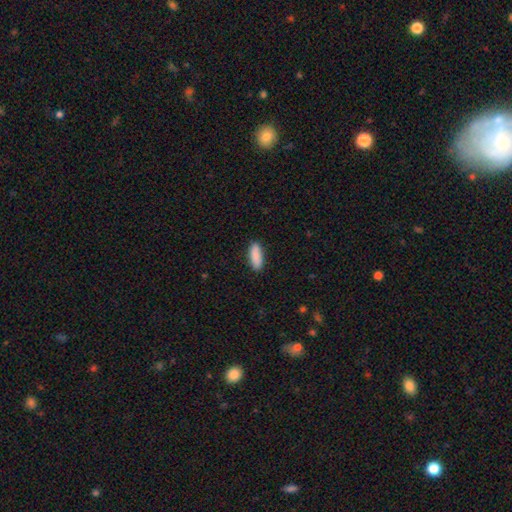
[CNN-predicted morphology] Q: Smooth or featured?
A: smooth (90%); runner-up: star or artifact (6%)
Q: How rounded?
A: in between (61%); runner-up: cigar-shaped (37%)
Q: Merging?
A: none (89%); runner-up: minor disturbance (8%)